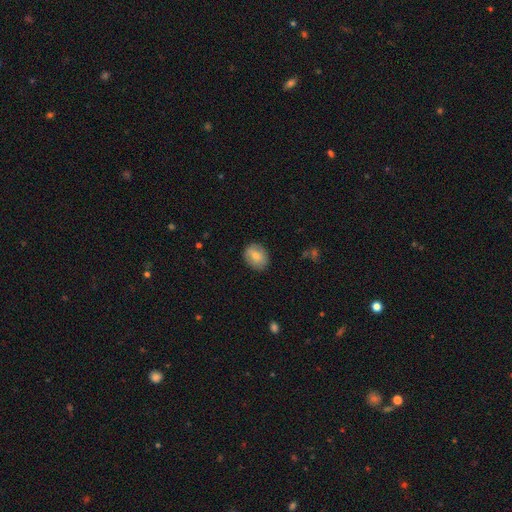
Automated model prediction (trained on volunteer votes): Q: Smooth or featured?
A: smooth (69%); runner-up: featured or disk (23%)
Q: How rounded?
A: round (50%); runner-up: in between (48%)
Q: Merging?
A: none (84%); runner-up: minor disturbance (12%)